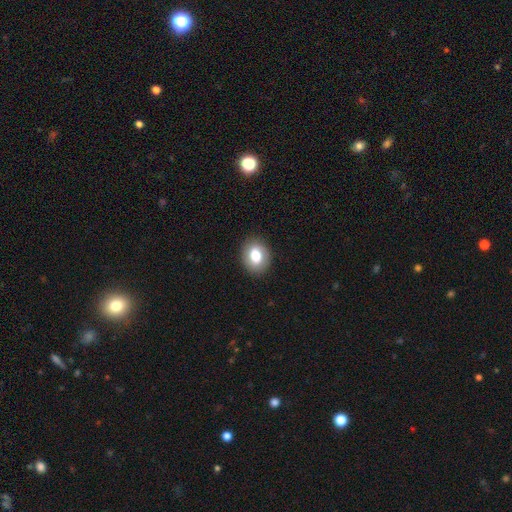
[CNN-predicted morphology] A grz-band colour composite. It shows a smooth galaxy with no disk features (76%) that is in between round and cigar-shaped (56%). Merging: none (88%).